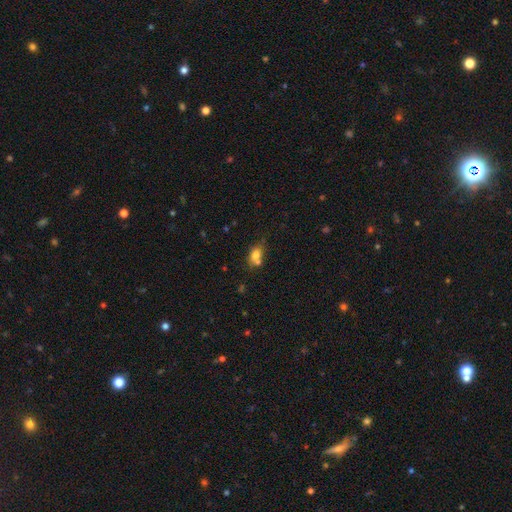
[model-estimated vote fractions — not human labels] Smooth or featured?
  - smooth: 74% *
  - featured or disk: 14%
  - star or artifact: 12%
How rounded?
  - in between: 69% *
  - round: 28%
  - cigar-shaped: 3%
Merging?
  - none: 44% *
  - merger: 36%
  - minor disturbance: 15%
  - major disturbance: 5%